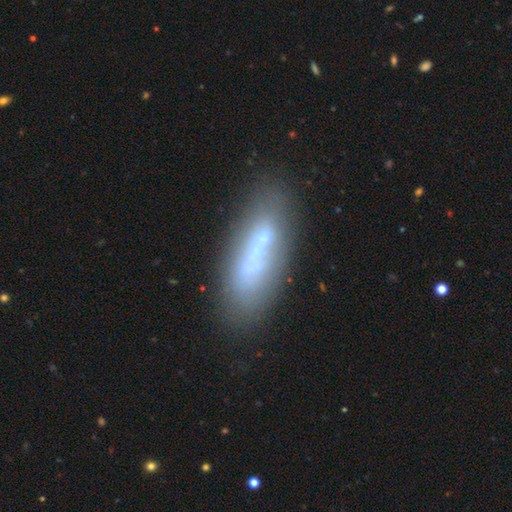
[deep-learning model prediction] A smooth galaxy with no disk features (45%).

Vote fractions:
- Smooth or featured? smooth: 45% / featured or disk: 43% / star or artifact: 11%
- Merging? none: 61% / minor disturbance: 18% / merger: 13% / major disturbance: 9%